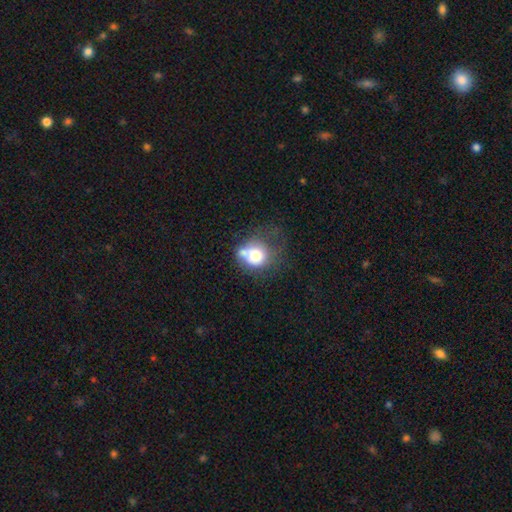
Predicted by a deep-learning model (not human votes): This is likely a smooth galaxy (69%). How rounded: likely round (69%). Merging: marginally merger (31%).